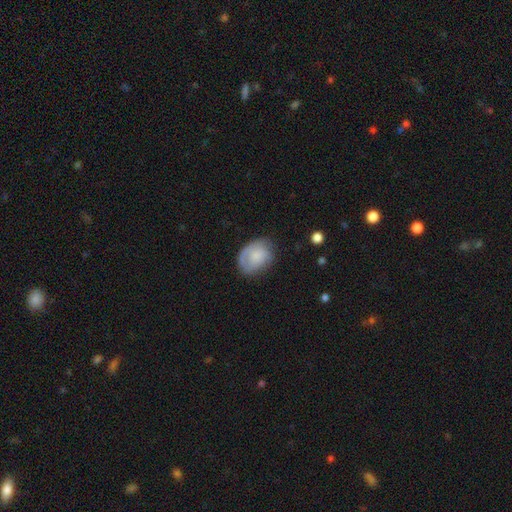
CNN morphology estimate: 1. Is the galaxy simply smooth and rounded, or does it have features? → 53% smooth, 40% featured or disk, 7% star or artifact.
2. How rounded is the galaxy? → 67% in between, 32% round, 1% cigar-shaped.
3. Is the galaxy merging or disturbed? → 63% none, 25% minor disturbance, 11% major disturbance, 2% merger.